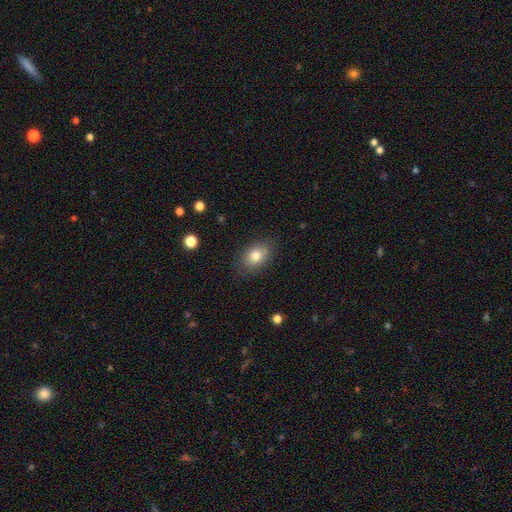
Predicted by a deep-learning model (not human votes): smooth 79%, featured or disk 12%, star or artifact 9%. Down the decision tree: how rounded — in between (81%); merging — none (82%).